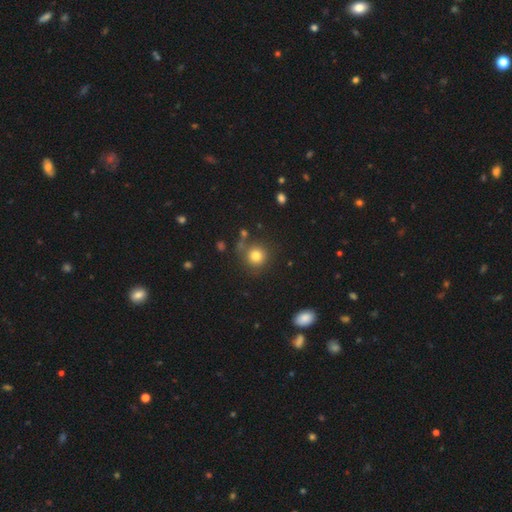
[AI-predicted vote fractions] Smooth or featured? smooth (79%)
How rounded? round (92%)
Merging? none (77%)